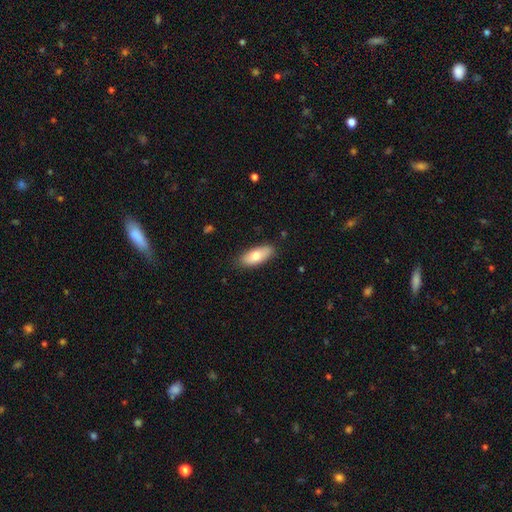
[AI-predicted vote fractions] A smooth galaxy with no disk features (75%) that is in between round and cigar-shaped (82%).

Vote fractions:
- Smooth or featured? smooth: 75% / featured or disk: 18% / star or artifact: 6%
- How rounded? in between: 82% / cigar-shaped: 15% / round: 2%
- Merging? none: 84% / minor disturbance: 13% / major disturbance: 2% / merger: 1%